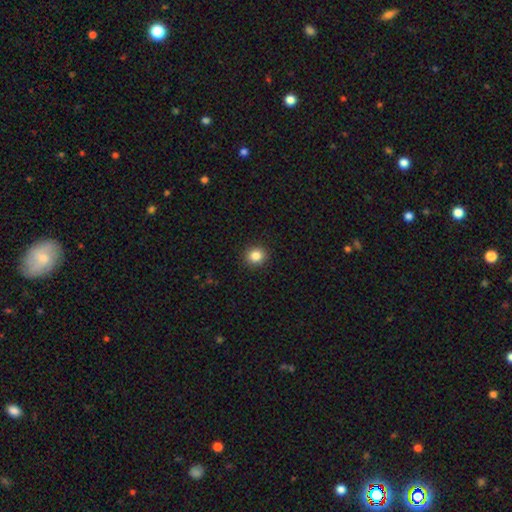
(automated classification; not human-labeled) The model was most divided on "smooth or featured": smooth: 85%, star or artifact: 10%, featured or disk: 5%. More confident: merging — none (92%); how rounded — round (88%).